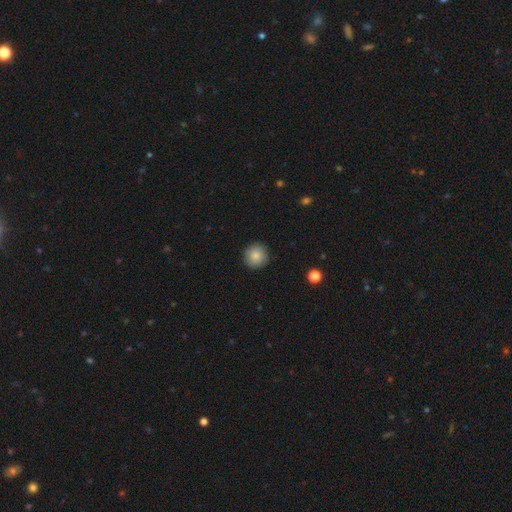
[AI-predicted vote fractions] The model was most divided on "smooth or featured": smooth: 86%, star or artifact: 8%, featured or disk: 6%. More confident: how rounded — round (94%); merging — none (91%).